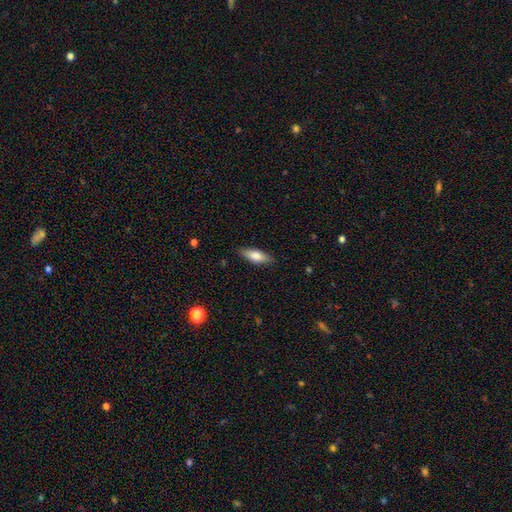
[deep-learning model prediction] Morphology: type=smooth (76%); roundness=in between (66%); merging=none (86%).